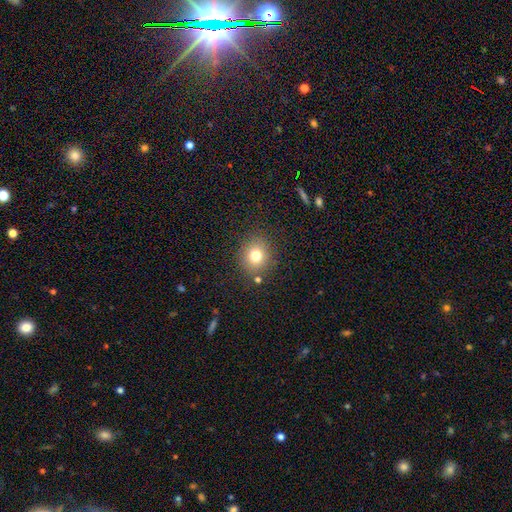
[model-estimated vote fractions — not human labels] Smooth or featured: smooth — 77% (star or artifact — 13%)
How rounded: round — 77% (in between — 22%)
Merging: none — 83% (minor disturbance — 10%)